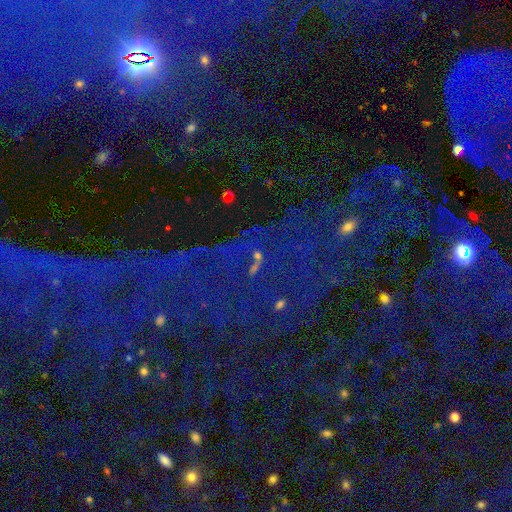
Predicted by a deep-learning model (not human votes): Morphology: type=star or artifact (83%).